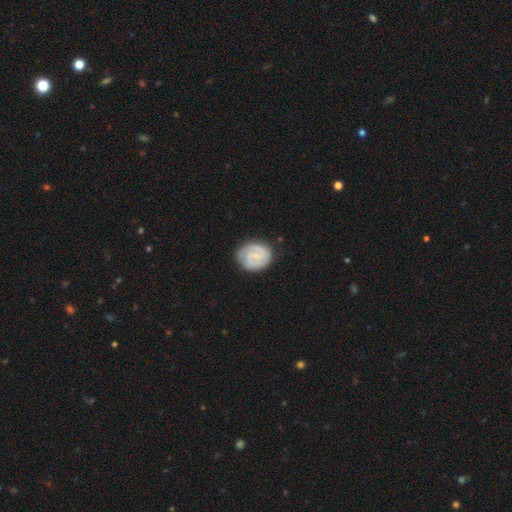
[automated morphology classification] This is likely a featured or disk galaxy (68%). It is clearly not viewed edge-on (98%). Bar: possibly weak (48%). Spiral arm pattern: clearly yes (93%). Spiral arm count: likely 2 (65%). Spiral winding: likely tight (62%). Central bulge: possibly small (51%). Merging: likely none (79%).